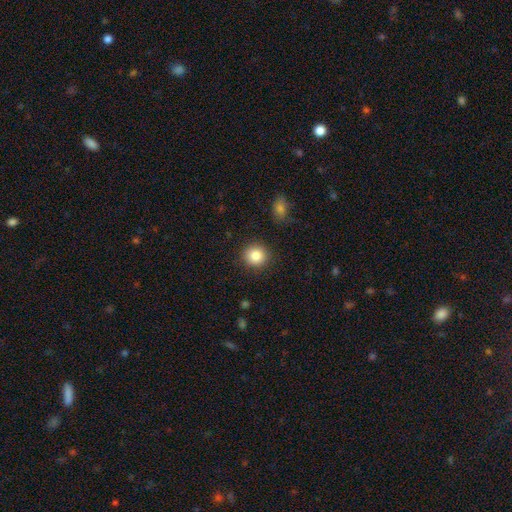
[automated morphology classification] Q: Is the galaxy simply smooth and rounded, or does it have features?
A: smooth — 85%.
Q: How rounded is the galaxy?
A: round — 89%.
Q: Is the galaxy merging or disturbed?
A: none — 90%.